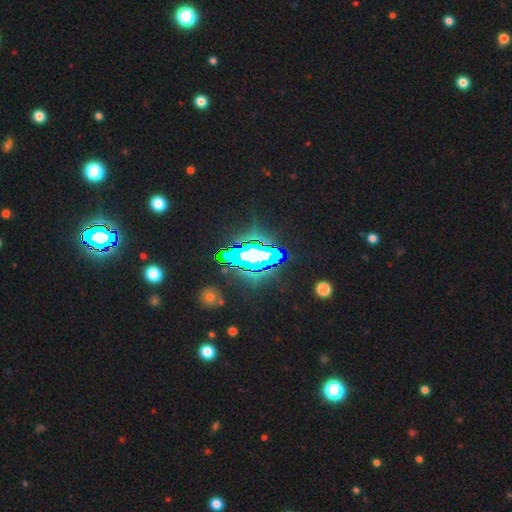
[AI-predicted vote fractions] Morphology: type=star or artifact (66%).